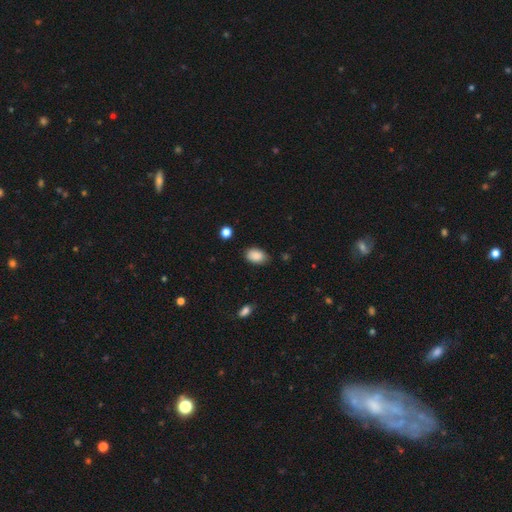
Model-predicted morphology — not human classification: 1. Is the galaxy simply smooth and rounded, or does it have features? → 88% smooth, 8% star or artifact, 4% featured or disk.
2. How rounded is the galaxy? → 89% in between, 10% round, 1% cigar-shaped.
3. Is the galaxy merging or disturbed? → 78% none, 17% minor disturbance, 3% major disturbance, 2% merger.